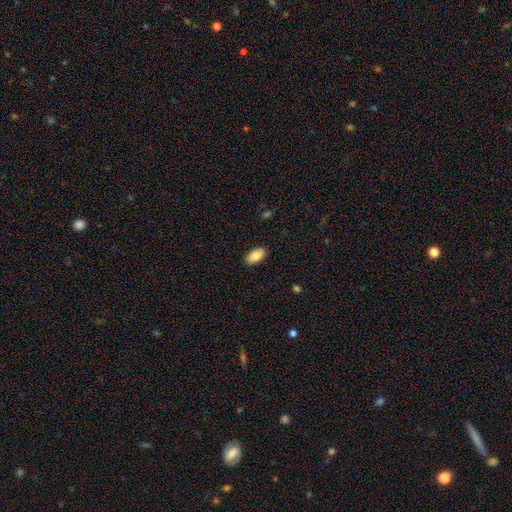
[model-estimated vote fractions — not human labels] Smooth or featured? Predicted: smooth (p=0.84). How rounded? Predicted: in between (p=0.94). Merging? Predicted: none (p=0.88).